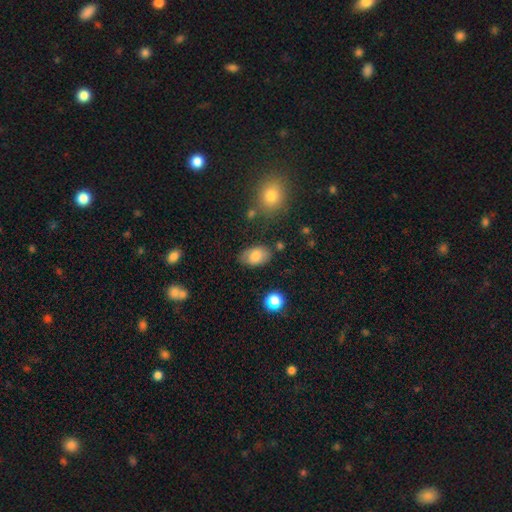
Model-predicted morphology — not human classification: This is likely a smooth galaxy (78%). How rounded: clearly in between (91%). Merging: likely none (76%).